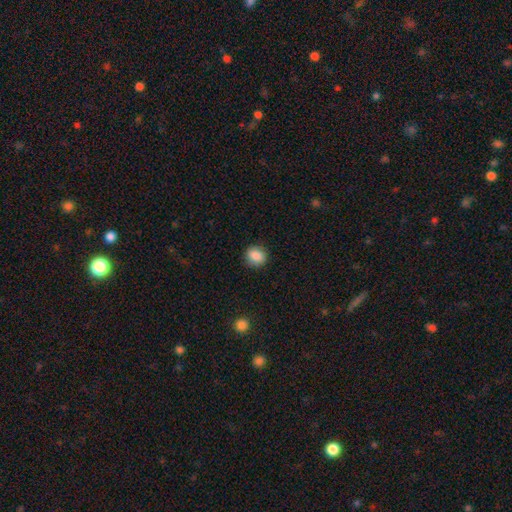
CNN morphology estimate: Q: Smooth or featured?
A: smooth (86%); runner-up: star or artifact (9%)
Q: How rounded?
A: round (77%); runner-up: in between (22%)
Q: Merging?
A: none (88%); runner-up: minor disturbance (9%)